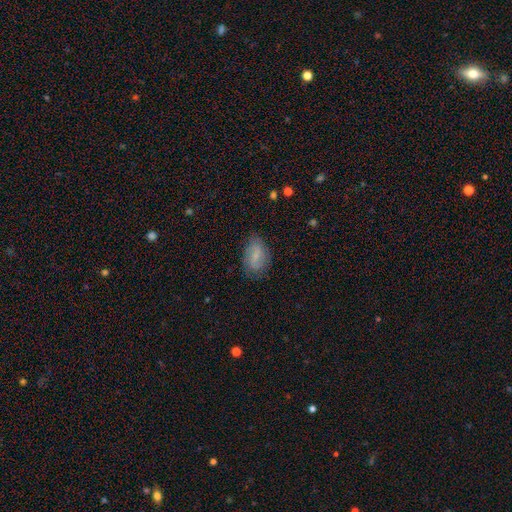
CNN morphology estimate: type=smooth (57%); roundness=in between (88%); merging=none (72%).